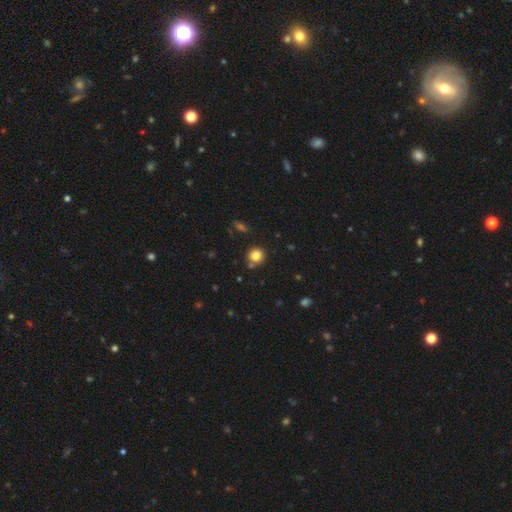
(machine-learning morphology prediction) Q: Smooth or featured?
A: smooth (82%); runner-up: star or artifact (12%)
Q: How rounded?
A: round (90%); runner-up: in between (9%)
Q: Merging?
A: none (78%); runner-up: minor disturbance (10%)